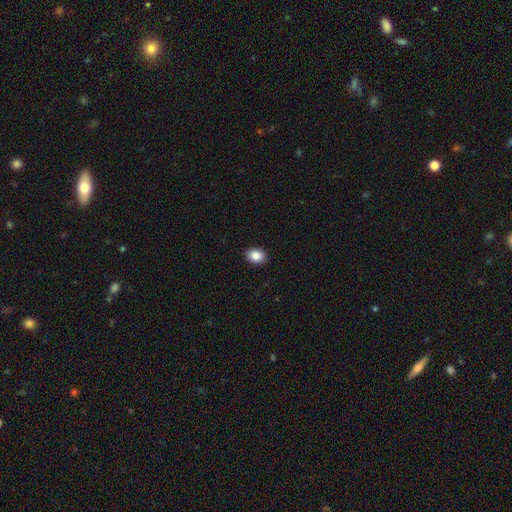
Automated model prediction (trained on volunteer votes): Morphology: type=smooth (87%); roundness=in between (62%); merging=none (90%).